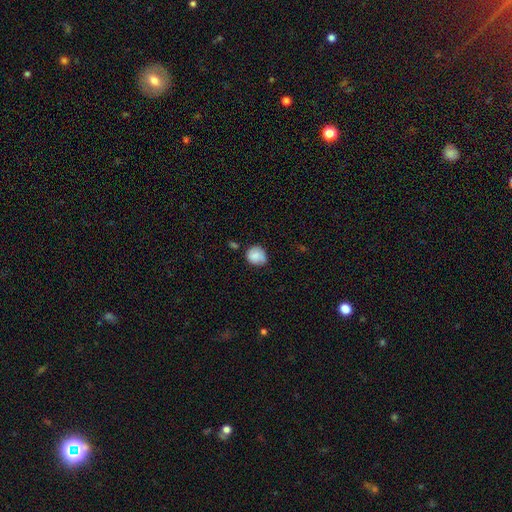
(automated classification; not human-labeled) smooth_or_featured: smooth (p=0.82) [alt: featured or disk p=0.10]
how_rounded: round (p=0.82) [alt: in between p=0.17]
merging: none (p=0.64) [alt: minor disturbance p=0.27]